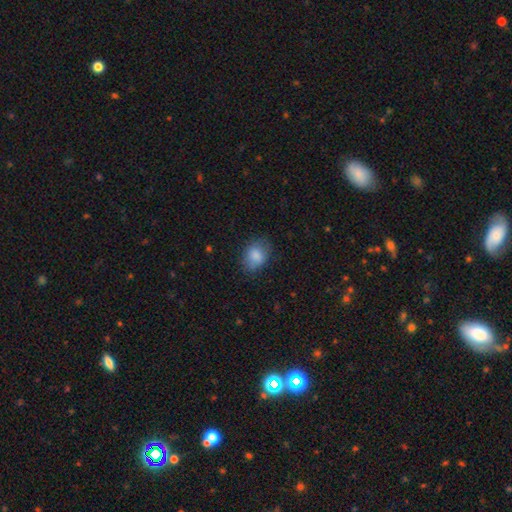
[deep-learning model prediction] smooth_or_featured: smooth (p=0.84) [alt: featured or disk p=0.08]
how_rounded: in between (p=0.65) [alt: round p=0.34]
merging: none (p=0.71) [alt: minor disturbance p=0.22]